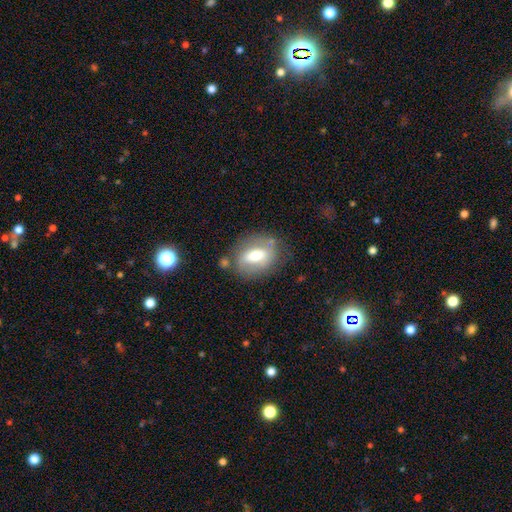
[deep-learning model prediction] The model was most divided on "smooth or featured": smooth: 55%, featured or disk: 38%, star or artifact: 8%. More confident: how rounded — in between (70%); merging — none (66%).